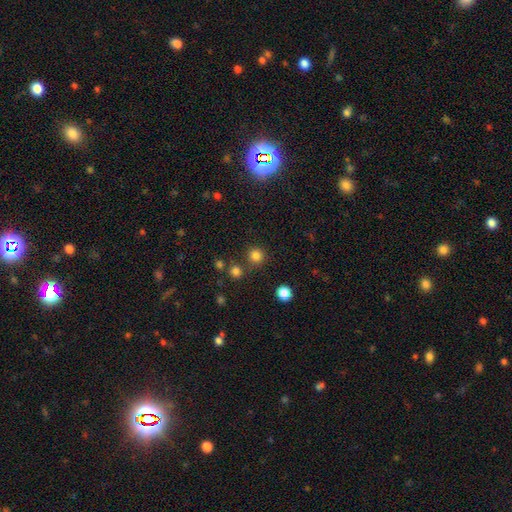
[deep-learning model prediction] Smooth or featured: smooth — 80% (star or artifact — 16%)
How rounded: round — 93% (in between — 6%)
Merging: none — 83% (merger — 7%)